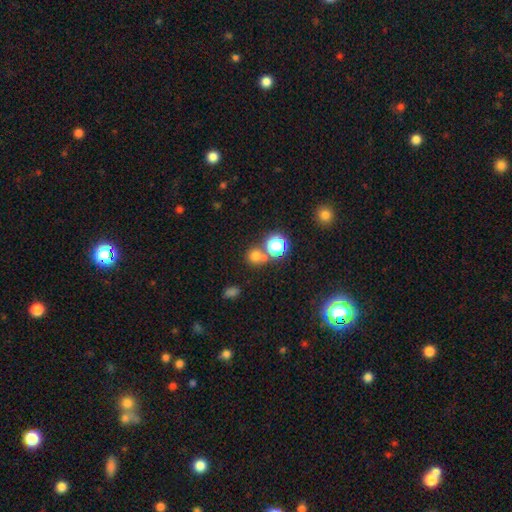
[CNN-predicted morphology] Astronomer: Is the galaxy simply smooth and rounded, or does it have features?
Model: smooth — 67%.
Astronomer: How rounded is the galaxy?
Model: round — 85%.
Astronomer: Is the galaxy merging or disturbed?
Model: none — 58%.